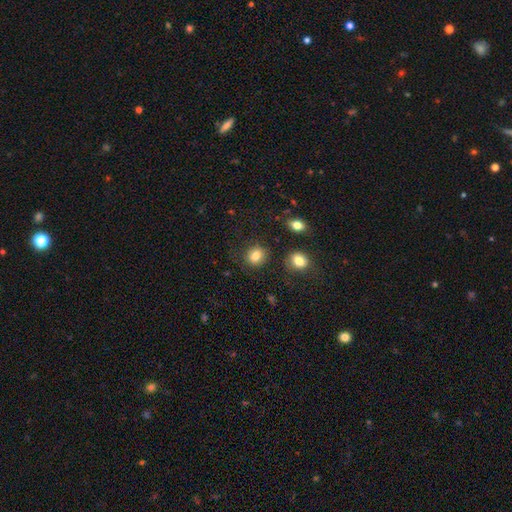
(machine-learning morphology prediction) Smooth or featured? smooth (82%)
How rounded? round (68%)
Merging? none (82%)